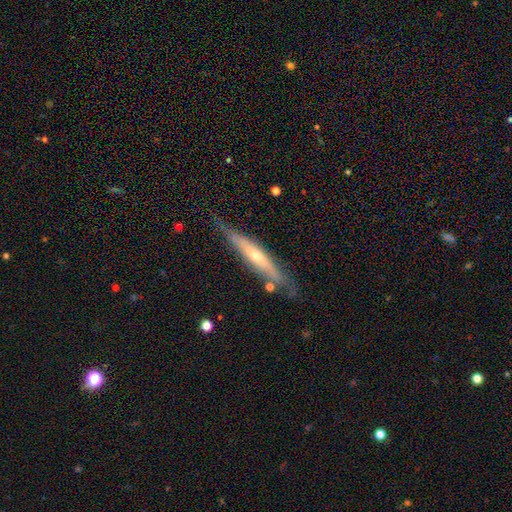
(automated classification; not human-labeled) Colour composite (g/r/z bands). It shows a featured or disk galaxy (72%) viewed edge-on (92%) with a rounded central bulge (70%). Merging: none (81%).